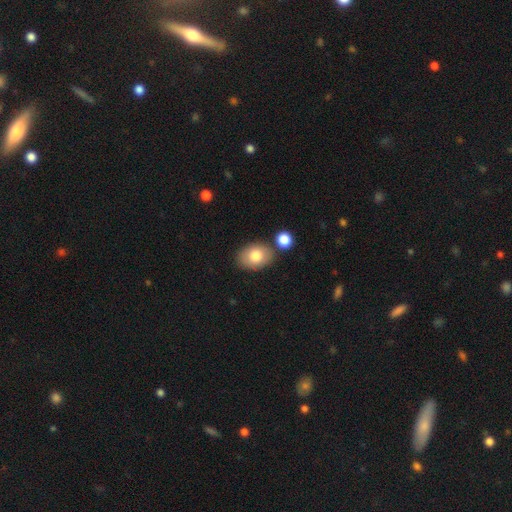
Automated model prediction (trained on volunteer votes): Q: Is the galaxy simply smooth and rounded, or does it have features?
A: smooth — 79%.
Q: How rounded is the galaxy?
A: in between — 77%.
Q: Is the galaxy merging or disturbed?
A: none — 76%.